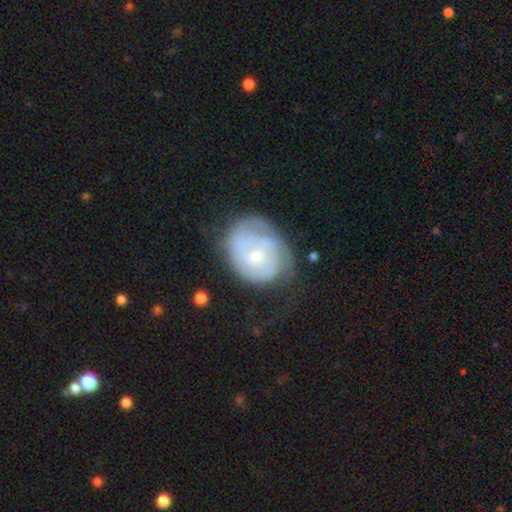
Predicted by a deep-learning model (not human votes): A featured or disk galaxy (68%) with no bar (60%), tight (58%) spiral arms (83%) and a small central bulge (56%).

Vote fractions:
- Smooth or featured? featured or disk: 68% / smooth: 25% / star or artifact: 6%
- Edge-on disk? no: 98% / yes: 2%
- Bar? no: 60% / weak: 35% / strong: 5%
- Spiral arms? yes: 83% / no: 17%
- Spiral winding? tight: 58% / medium: 30% / loose: 12%
- Spiral arm count? can't tell: 41% / 2: 32% / 3: 13% / 1: 8% / 4: 4% / more than 4: 3%
- Bulge size? small: 56% / moderate: 38% / none: 3% / large: 2% / dominant: 1%
- Merging? none: 51% / minor disturbance: 27% / major disturbance: 19% / merger: 3%